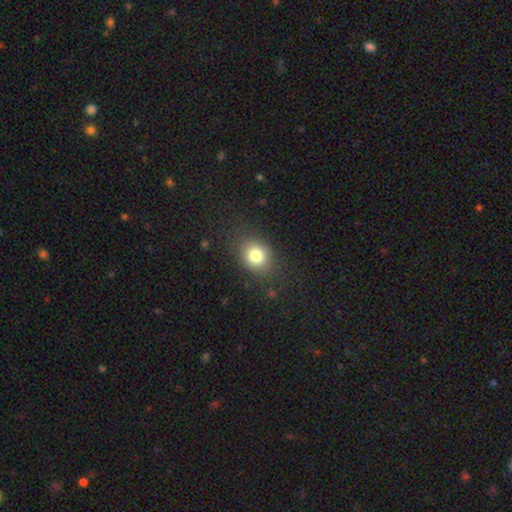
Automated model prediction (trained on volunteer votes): This appears to be a smooth galaxy with no disk features (79%) that is round (52%). Merging: none (83%).